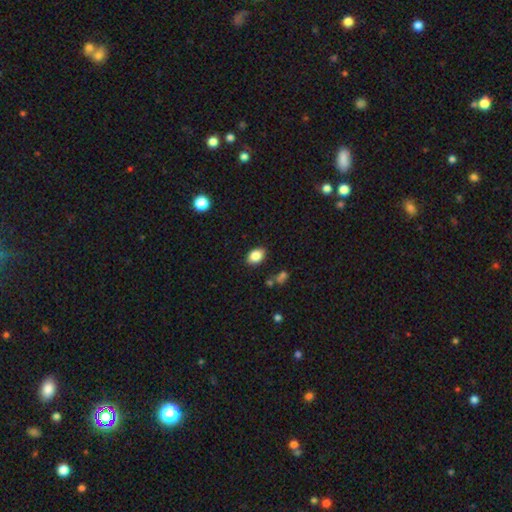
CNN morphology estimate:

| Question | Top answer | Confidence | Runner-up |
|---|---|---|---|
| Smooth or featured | smooth | 85% | star or artifact (9%) |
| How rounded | in between | 81% | round (17%) |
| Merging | none | 85% | minor disturbance (11%) |